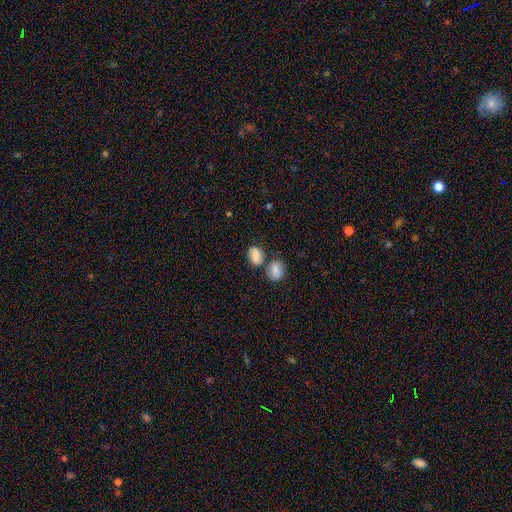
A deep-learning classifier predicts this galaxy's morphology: A smooth galaxy with no disk features (74%) that is in between round and cigar-shaped (72%).

Vote fractions:
- Smooth or featured? smooth: 74% / featured or disk: 17% / star or artifact: 10%
- How rounded? in between: 72% / round: 26% / cigar-shaped: 2%
- Merging? none: 48% / merger: 32% / minor disturbance: 15% / major disturbance: 5%